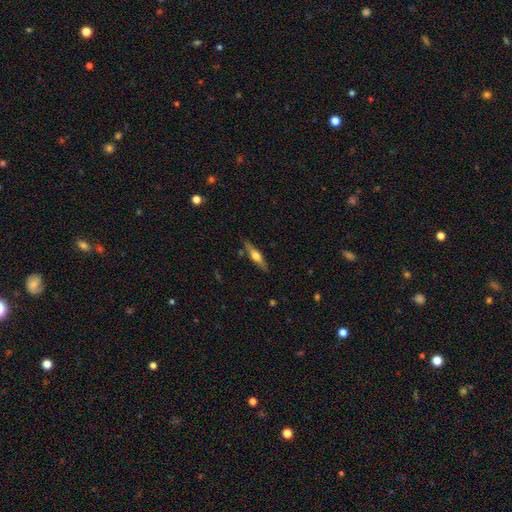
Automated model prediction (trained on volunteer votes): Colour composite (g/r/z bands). It shows a featured or disk galaxy (57%) viewed edge-on (94%) with a rounded central bulge (91%). Merging: none (84%).